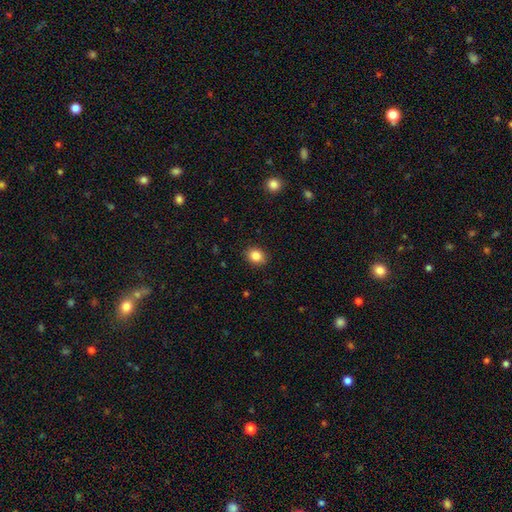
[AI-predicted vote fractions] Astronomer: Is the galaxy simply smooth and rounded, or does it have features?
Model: smooth — 85%.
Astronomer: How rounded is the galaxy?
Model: round — 50% (runner-up: in between, 49%).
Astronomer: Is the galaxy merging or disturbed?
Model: none — 89%.